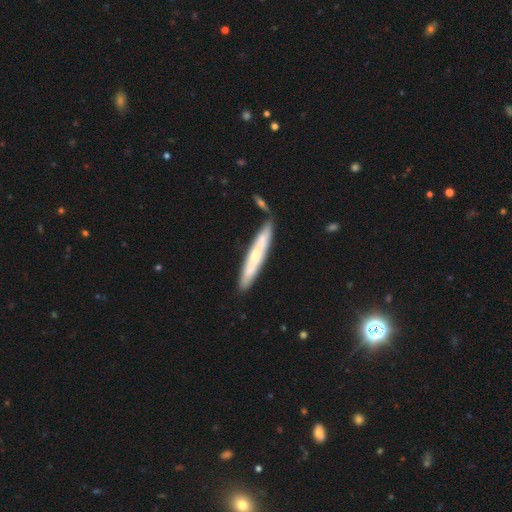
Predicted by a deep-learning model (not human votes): Smooth or featured?
  - featured or disk: 49% *
  - smooth: 46%
  - star or artifact: 5%
Merging?
  - none: 79% *
  - minor disturbance: 12%
  - merger: 7%
  - major disturbance: 2%